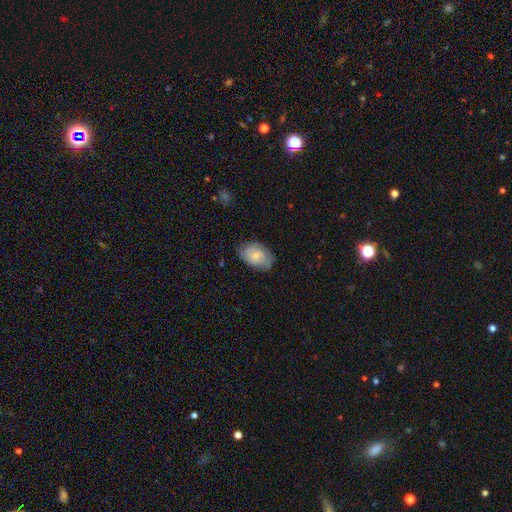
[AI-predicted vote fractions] A smooth galaxy with no disk features (57%) that is in between round and cigar-shaped (88%). Merging: none (71%).